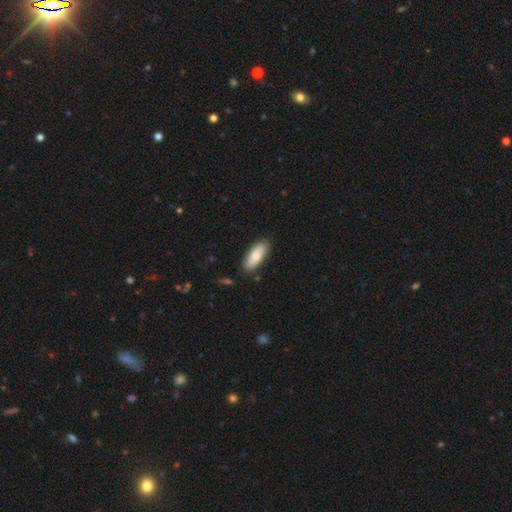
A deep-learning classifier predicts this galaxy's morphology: A smooth galaxy with no disk features (73%) that is in between round and cigar-shaped (76%). Merging: none (87%).